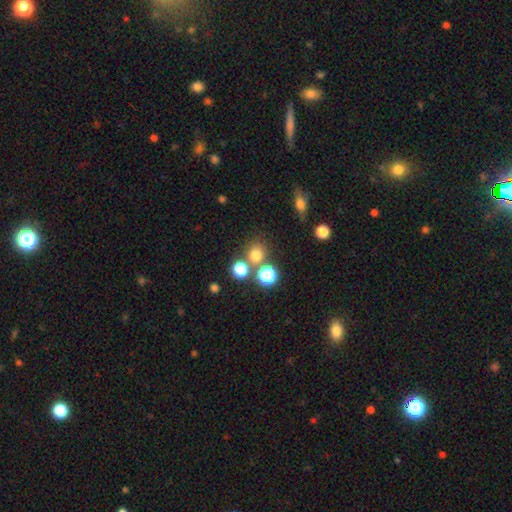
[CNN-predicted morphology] A smooth galaxy with no disk features (73%) that is round (86%). Merging: none (67%).